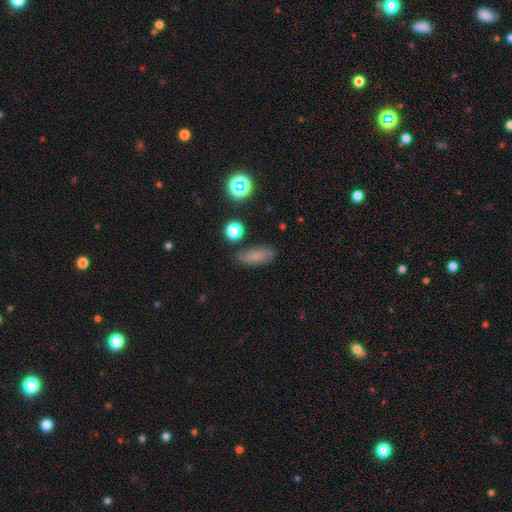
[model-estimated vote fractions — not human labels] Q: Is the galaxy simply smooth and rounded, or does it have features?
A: smooth — 64%.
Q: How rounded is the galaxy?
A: in between — 76%.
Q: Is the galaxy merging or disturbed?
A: none — 74%.